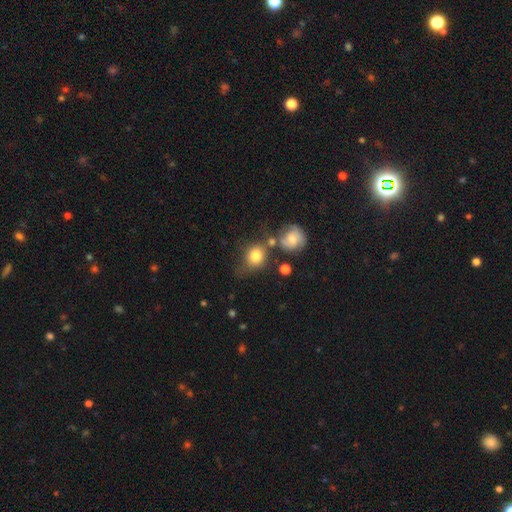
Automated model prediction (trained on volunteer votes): Smooth or featured? Predicted: smooth (p=0.80). How rounded? Predicted: round (p=0.68). Merging? Predicted: none (p=0.49).